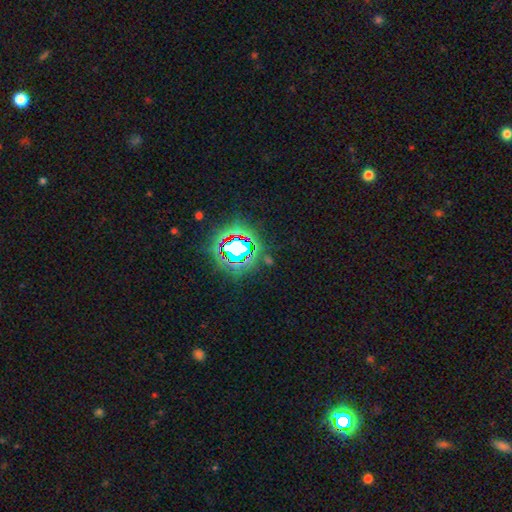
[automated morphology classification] Smooth or featured?
  - star or artifact: 82% *
  - smooth: 11%
  - featured or disk: 7%